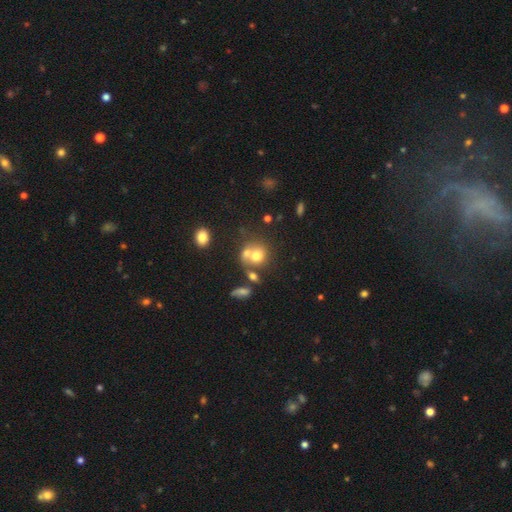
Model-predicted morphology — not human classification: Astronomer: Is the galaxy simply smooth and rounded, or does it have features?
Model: smooth — 67%.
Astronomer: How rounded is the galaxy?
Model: round — 71%.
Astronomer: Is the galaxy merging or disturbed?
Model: merger — 51% (runner-up: none, 32%).